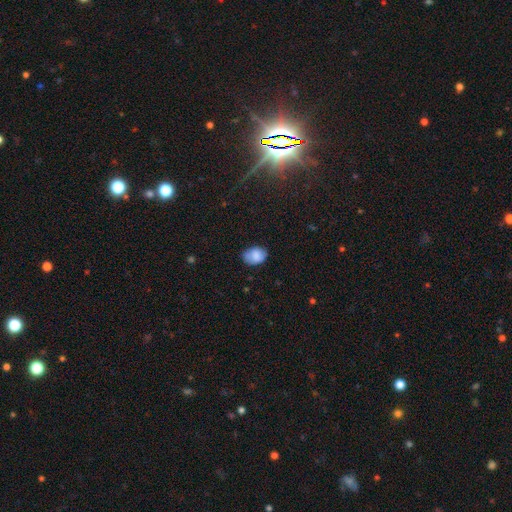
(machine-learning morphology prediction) This appears to be a smooth galaxy with no disk features (80%) that is in between round and cigar-shaped (72%). Merging: none (68%).